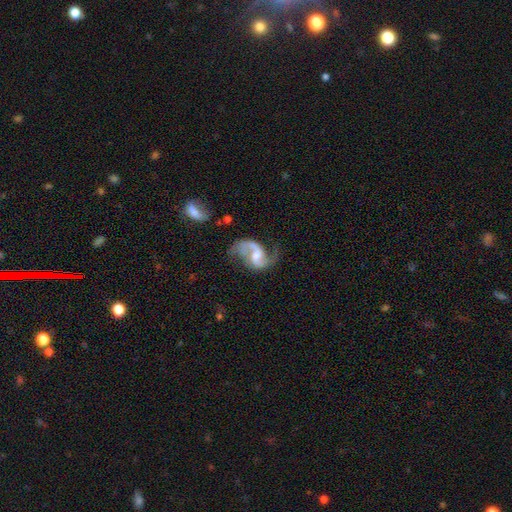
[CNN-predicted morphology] smooth-or-featured: featured or disk: 89% | smooth: 6% | star or artifact: 5%
  disk-edge-on: no: 98% | yes: 2%
    bar: weak: 53% | no: 29% | strong: 19%
    has-spiral-arms: yes: 96% | no: 4%
      spiral-winding: loose: 55% | medium: 38% | tight: 7%
      spiral-arm-count: 2: 91% | 1: 4% | can't tell: 2% | 3: 1% | 4: 1% | more than 4: 1%
    bulge-size: moderate: 46% | small: 26% | none: 14% | large: 12% | dominant: 2%
  merging: none: 57% | minor disturbance: 20% | major disturbance: 19% | merger: 4%